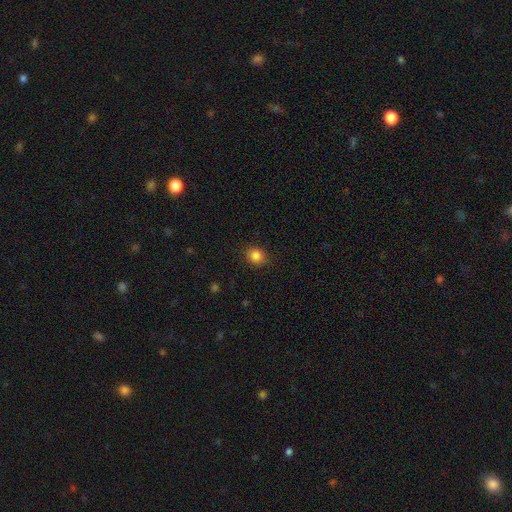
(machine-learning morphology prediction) smooth-or-featured: smooth: 85% | star or artifact: 11% | featured or disk: 4%
  how-rounded: round: 76% | in between: 23% | cigar-shaped: 1%
  merging: none: 86% | minor disturbance: 10% | major disturbance: 3% | merger: 1%